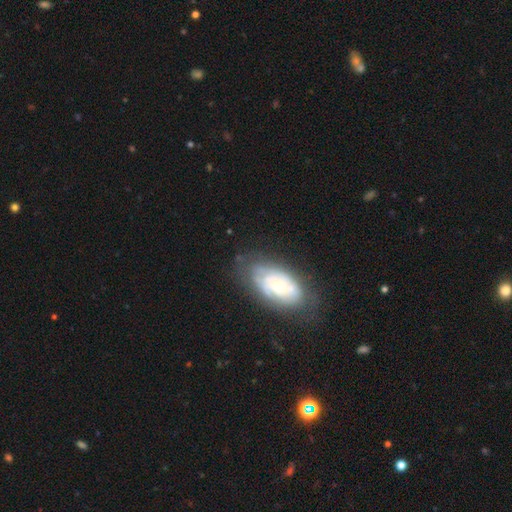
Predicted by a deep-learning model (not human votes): Smooth or featured? smooth (46%)
Merging? none (77%)